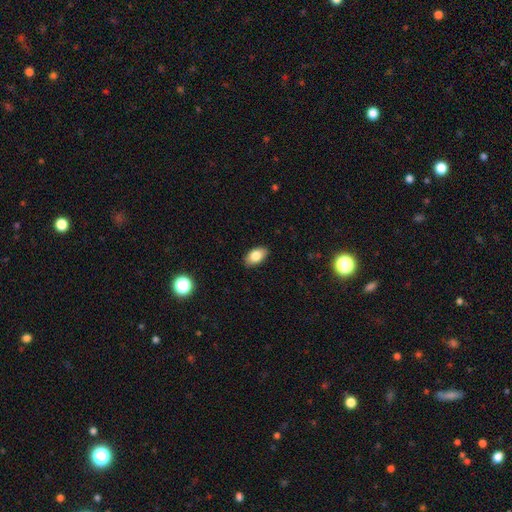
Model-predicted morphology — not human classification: The model was most divided on "smooth or featured": smooth: 83%, featured or disk: 9%, star or artifact: 8%. More confident: how rounded — in between (92%); merging — none (88%).